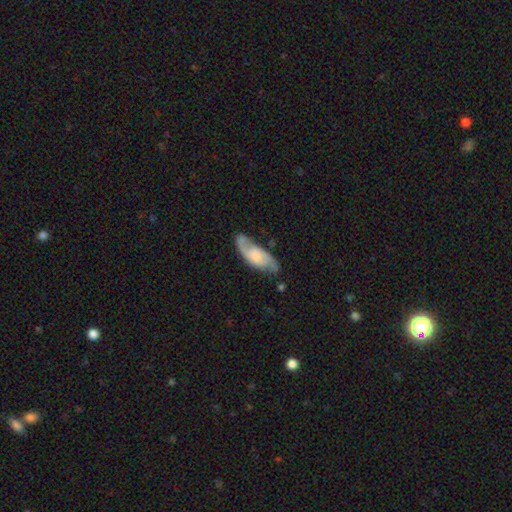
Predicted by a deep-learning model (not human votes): Smooth or featured?
  - featured or disk: 78% *
  - smooth: 17%
  - star or artifact: 5%
Edge-on disk?
  - no: 92% *
  - yes: 8%
Bar?
  - no: 55% *
  - weak: 37%
  - strong: 8%
Spiral arms?
  - yes: 95% *
  - no: 5%
Spiral winding?
  - medium: 47% *
  - loose: 35%
  - tight: 18%
Spiral arm count?
  - 2: 88% *
  - can't tell: 5%
  - 1: 4%
  - 3: 1%
  - 4: 1%
  - more than 4: 1%
Bulge size?
  - small: 36% *
  - moderate: 32%
  - none: 19%
  - large: 11%
  - dominant: 2%
Merging?
  - none: 74% *
  - minor disturbance: 18%
  - major disturbance: 6%
  - merger: 2%